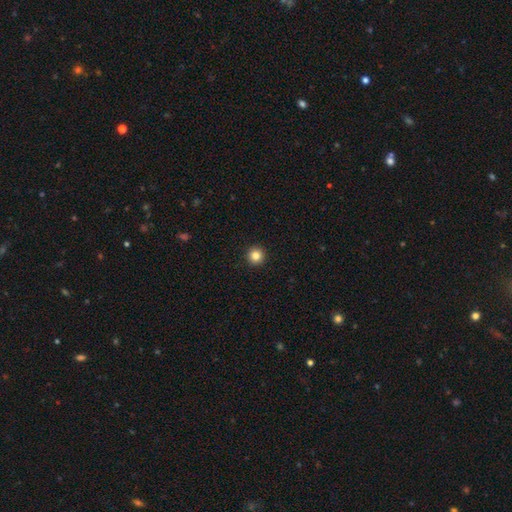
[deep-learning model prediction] Overall: smooth (84%). How rounded: round (96%). Merging: none (94%).